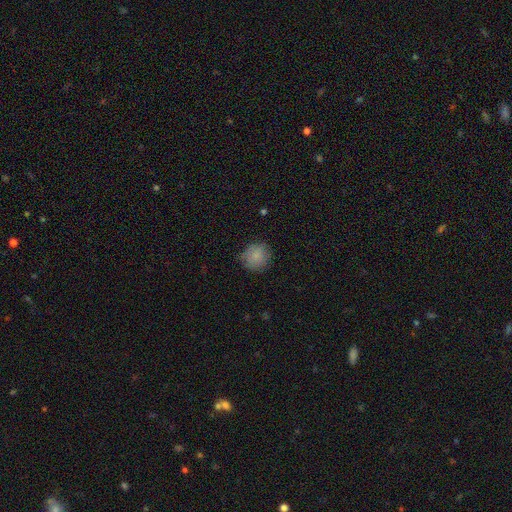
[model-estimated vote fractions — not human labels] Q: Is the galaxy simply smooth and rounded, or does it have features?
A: smooth — 83%.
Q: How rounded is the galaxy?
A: round — 87%.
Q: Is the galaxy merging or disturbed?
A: none — 76%.